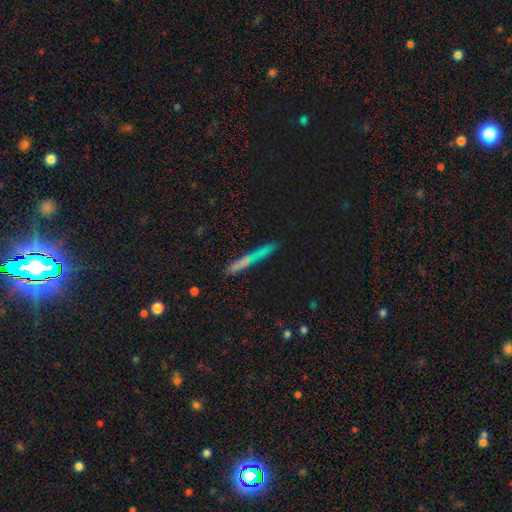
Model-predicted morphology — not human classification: Smooth or featured: smooth — 58% (featured or disk — 26%)
How rounded: cigar-shaped — 93% (in between — 4%)
Merging: none — 83% (minor disturbance — 11%)